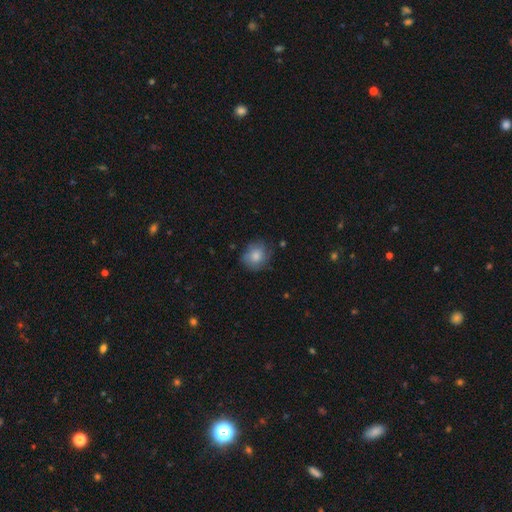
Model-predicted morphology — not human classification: The model was most divided on "merging": none: 72%, minor disturbance: 21%, major disturbance: 5%, merger: 2%. More confident: smooth or featured — smooth (78%); how rounded — round (78%).